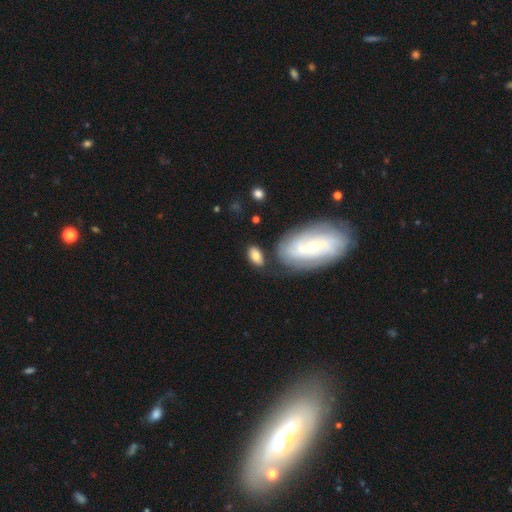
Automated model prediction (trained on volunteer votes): A smooth galaxy with no disk features (75%) that is in between round and cigar-shaped (89%).

Vote fractions:
- Smooth or featured? smooth: 75% / featured or disk: 18% / star or artifact: 8%
- How rounded? in between: 89% / round: 6% / cigar-shaped: 5%
- Merging? none: 71% / minor disturbance: 16% / merger: 7% / major disturbance: 6%